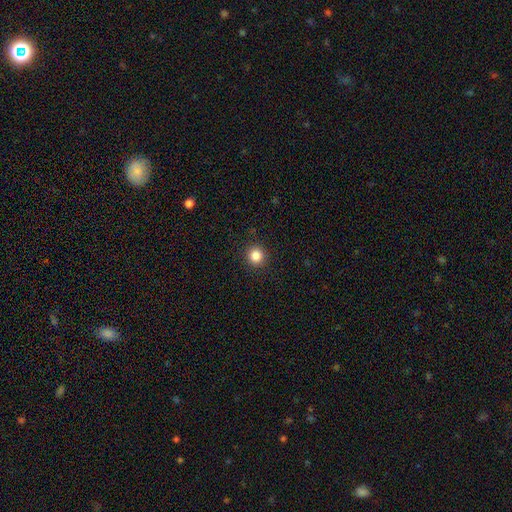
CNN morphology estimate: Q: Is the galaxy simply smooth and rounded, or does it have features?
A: smooth — 85%.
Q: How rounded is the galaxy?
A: round — 93%.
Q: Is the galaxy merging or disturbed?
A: none — 92%.